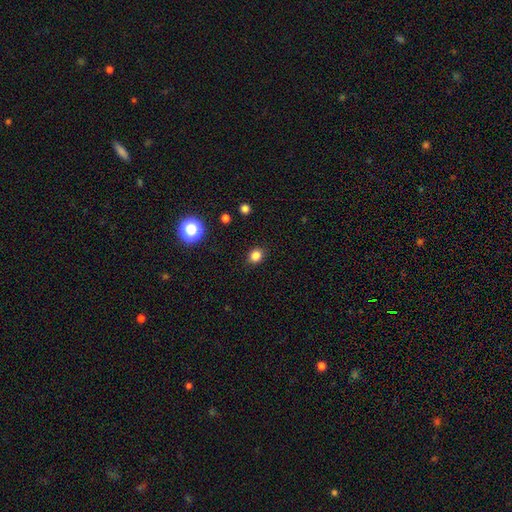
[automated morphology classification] smooth-or-featured: smooth: 82% | star or artifact: 13% | featured or disk: 4%
  how-rounded: round: 69% | in between: 30% | cigar-shaped: 1%
  merging: none: 89% | minor disturbance: 8% | major disturbance: 2% | merger: 1%